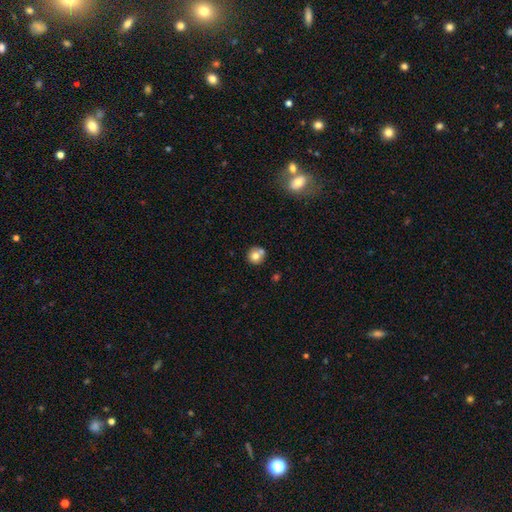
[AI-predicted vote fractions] Smooth or featured: smooth — 75% (featured or disk — 15%)
How rounded: round — 91% (in between — 8%)
Merging: none — 62% (merger — 24%)